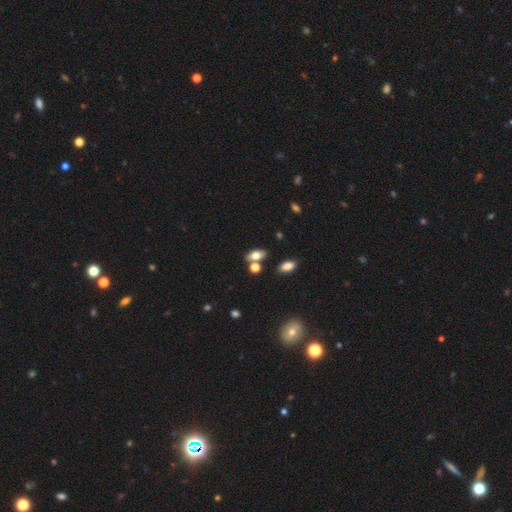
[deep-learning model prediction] smooth-or-featured: smooth: 71% | featured or disk: 18% | star or artifact: 11%
  how-rounded: in between: 80% | round: 12% | cigar-shaped: 7%
  merging: none: 65% | merger: 18% | minor disturbance: 12% | major disturbance: 4%